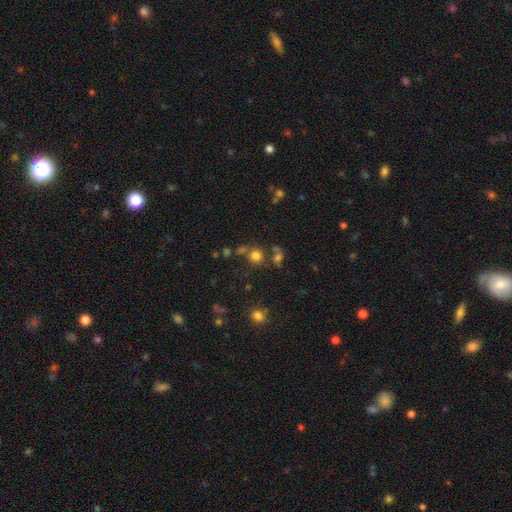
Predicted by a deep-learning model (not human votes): Smooth or featured?
  - smooth: 73% *
  - star or artifact: 19%
  - featured or disk: 8%
How rounded?
  - round: 90% *
  - in between: 9%
  - cigar-shaped: 1%
Merging?
  - none: 67% *
  - merger: 18%
  - minor disturbance: 10%
  - major disturbance: 5%